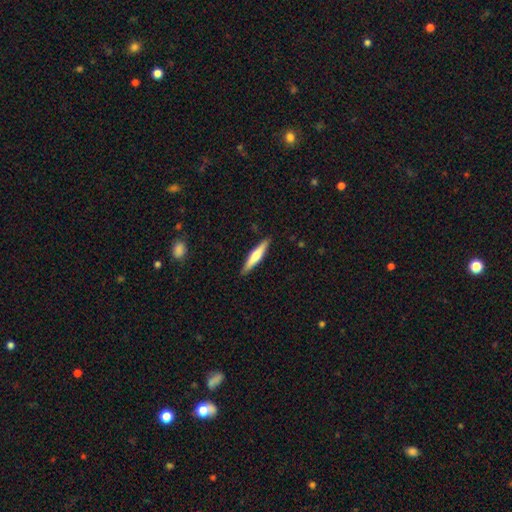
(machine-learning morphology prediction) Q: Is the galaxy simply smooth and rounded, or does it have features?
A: smooth — 52%.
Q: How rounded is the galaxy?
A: cigar-shaped — 89%.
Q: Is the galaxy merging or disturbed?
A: none — 90%.